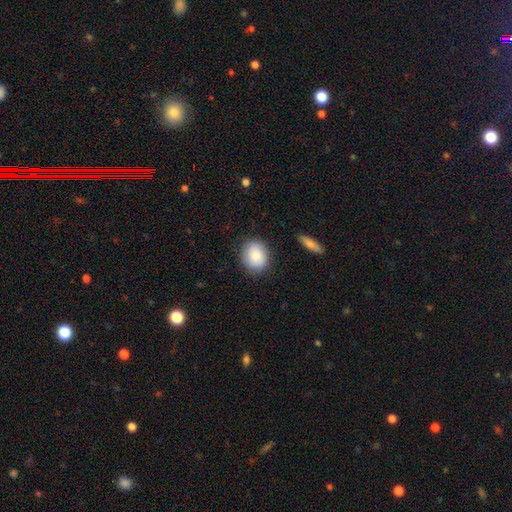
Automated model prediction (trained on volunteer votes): Overall: smooth (85%). How rounded: round (62%; in between 37%). Merging: none (85%).